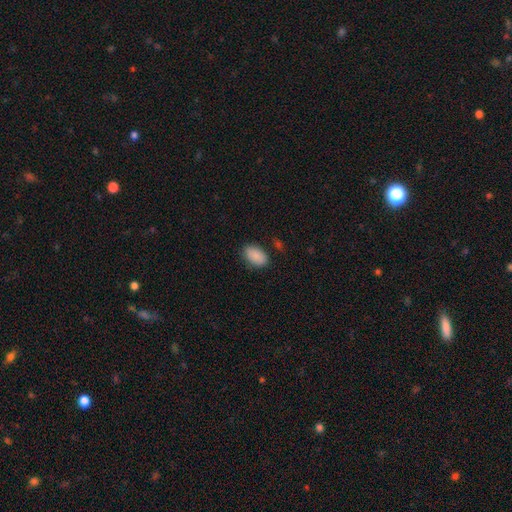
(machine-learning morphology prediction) A smooth galaxy with no disk features (89%) that is in between round and cigar-shaped (91%).

Vote fractions:
- Smooth or featured? smooth: 89% / star or artifact: 7% / featured or disk: 4%
- How rounded? in between: 91% / round: 7% / cigar-shaped: 1%
- Merging? none: 83% / minor disturbance: 12% / major disturbance: 3% / merger: 2%